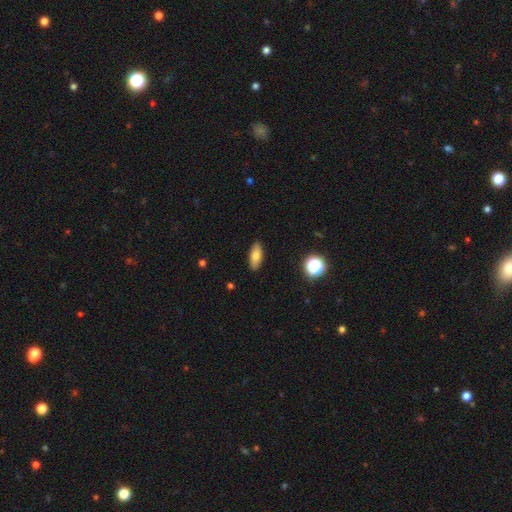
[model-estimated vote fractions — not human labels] Smooth or featured?
  - smooth: 76% *
  - featured or disk: 15%
  - star or artifact: 8%
How rounded?
  - in between: 78% *
  - cigar-shaped: 18%
  - round: 4%
Merging?
  - none: 89% *
  - minor disturbance: 8%
  - major disturbance: 2%
  - merger: 1%